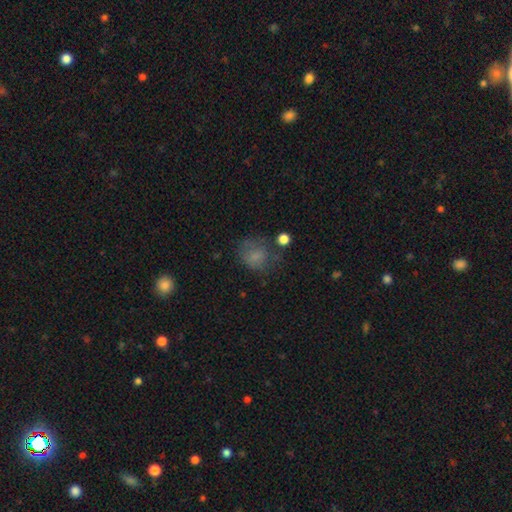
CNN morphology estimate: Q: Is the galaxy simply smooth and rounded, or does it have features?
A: smooth — 71%.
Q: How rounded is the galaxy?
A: round — 63%.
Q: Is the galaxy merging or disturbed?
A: none — 54%.